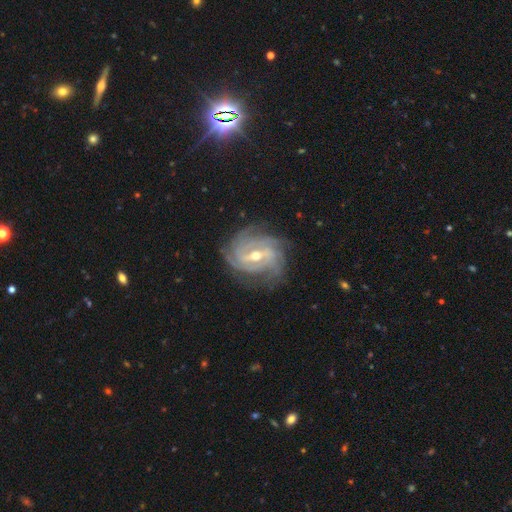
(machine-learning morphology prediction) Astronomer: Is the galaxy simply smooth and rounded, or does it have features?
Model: featured or disk — 89%.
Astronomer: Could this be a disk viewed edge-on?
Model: no — 96%.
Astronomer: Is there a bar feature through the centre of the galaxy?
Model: strong — 45% (runner-up: weak, 43%).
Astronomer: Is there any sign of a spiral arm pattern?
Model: yes — 97%.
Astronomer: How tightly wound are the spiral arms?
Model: tight — 68%.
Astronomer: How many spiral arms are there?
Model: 4 — 28% (runner-up: 3, 23%).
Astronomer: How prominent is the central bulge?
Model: moderate — 57% (runner-up: small, 40%).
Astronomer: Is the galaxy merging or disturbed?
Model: none — 76%.